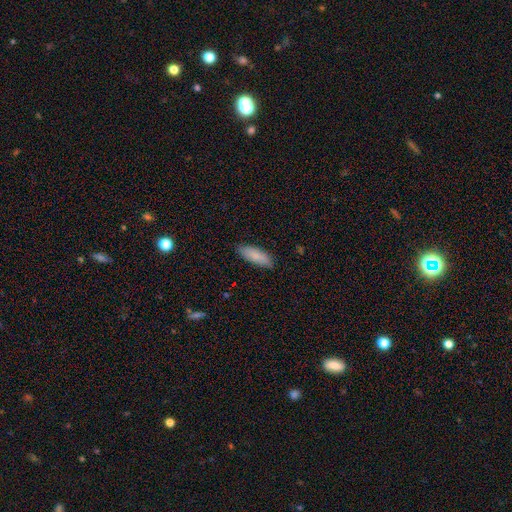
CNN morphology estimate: This appears to be a smooth galaxy with no disk features (87%) that is in between round and cigar-shaped (67%). Merging: none (86%).